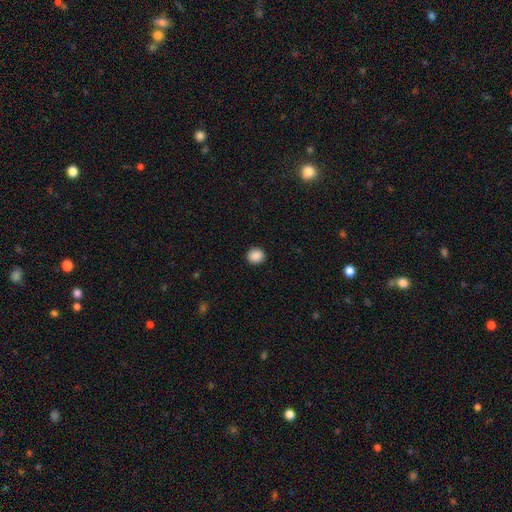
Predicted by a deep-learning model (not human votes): smooth 89%, star or artifact 9%, featured or disk 3%. Down the decision tree: how rounded — round (89%); merging — none (92%).